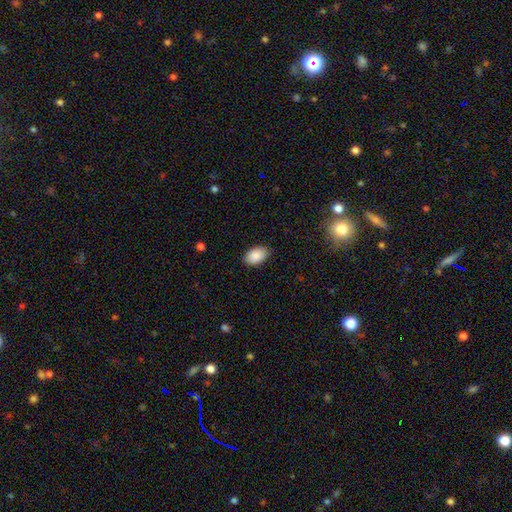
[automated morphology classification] A smooth galaxy with no disk features (90%) that is in between round and cigar-shaped (93%).

Vote fractions:
- Smooth or featured? smooth: 90% / star or artifact: 7% / featured or disk: 4%
- How rounded? in between: 93% / round: 6% / cigar-shaped: 1%
- Merging? none: 86% / minor disturbance: 11% / major disturbance: 2% / merger: 1%